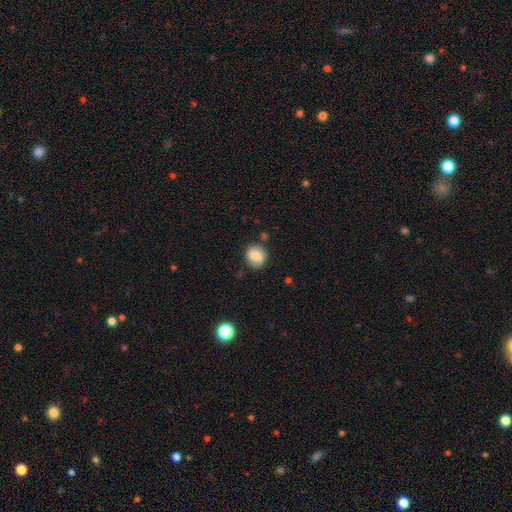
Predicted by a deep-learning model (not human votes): Smooth or featured?
  - smooth: 77% *
  - featured or disk: 14%
  - star or artifact: 9%
How rounded?
  - round: 74% *
  - in between: 25%
  - cigar-shaped: 1%
Merging?
  - none: 76% *
  - minor disturbance: 16%
  - major disturbance: 5%
  - merger: 3%